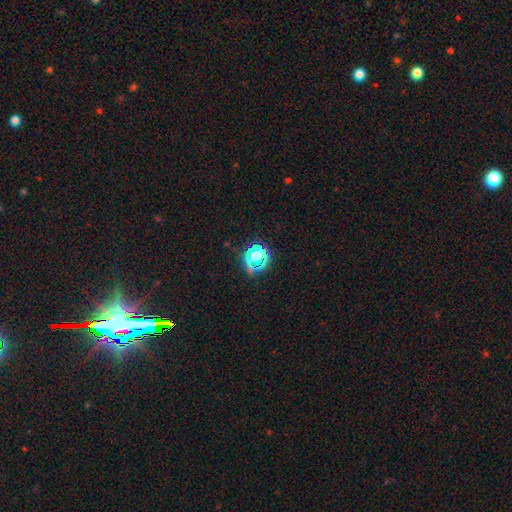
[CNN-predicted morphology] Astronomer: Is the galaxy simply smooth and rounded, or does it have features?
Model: star or artifact — 58%.